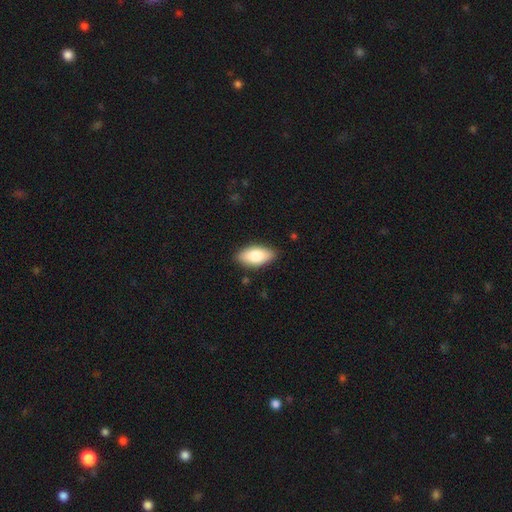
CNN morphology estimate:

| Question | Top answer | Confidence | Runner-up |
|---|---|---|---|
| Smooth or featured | smooth | 79% | featured or disk (15%) |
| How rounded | in between | 90% | cigar-shaped (8%) |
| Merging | none | 87% | minor disturbance (10%) |